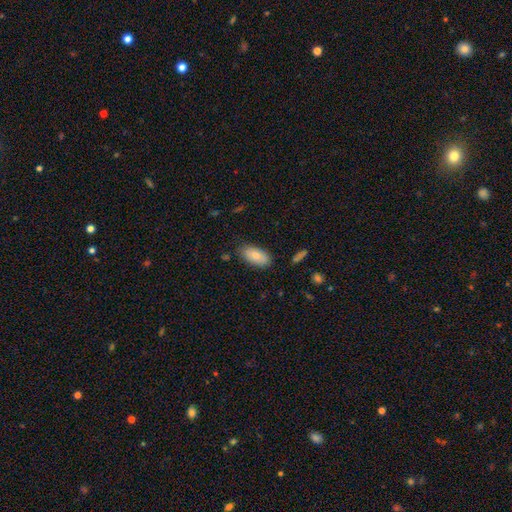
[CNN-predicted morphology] type=smooth (80%); roundness=in between (93%); merging=none (80%).